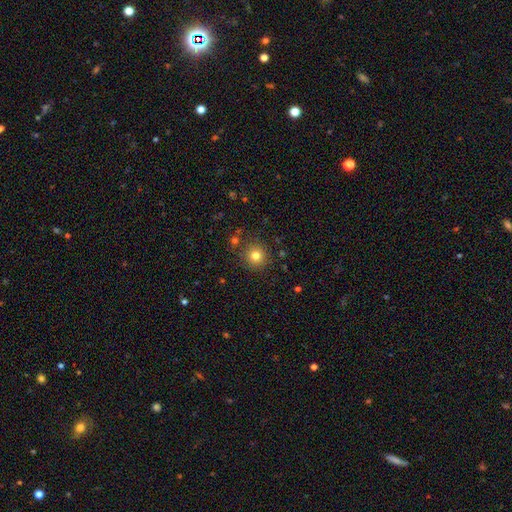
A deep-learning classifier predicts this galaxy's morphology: type=smooth (79%); roundness=round (94%); merging=none (85%).